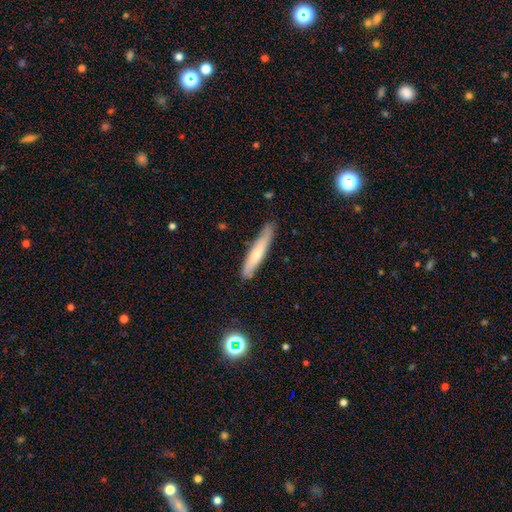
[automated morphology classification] A smooth galaxy with no disk features (61%) that is cigar-shaped (92%).

Vote fractions:
- Smooth or featured? smooth: 61% / featured or disk: 32% / star or artifact: 7%
- How rounded? cigar-shaped: 92% / in between: 7% / round: 1%
- Merging? none: 80% / minor disturbance: 16% / major disturbance: 3% / merger: 2%